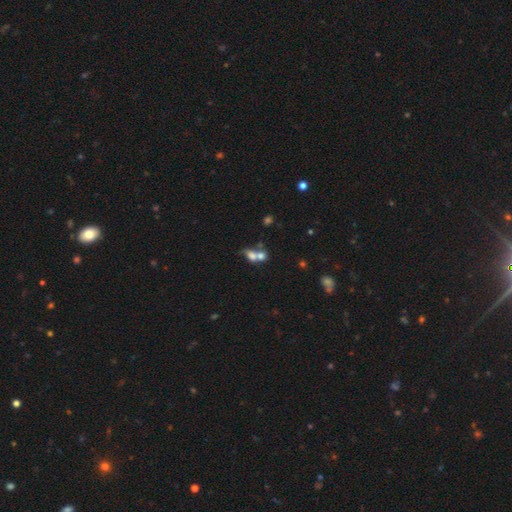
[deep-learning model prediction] Smooth or featured?
  - smooth: 66% *
  - featured or disk: 21%
  - star or artifact: 14%
How rounded?
  - in between: 52% *
  - round: 43%
  - cigar-shaped: 5%
Merging?
  - merger: 66% *
  - none: 20%
  - major disturbance: 7%
  - minor disturbance: 7%